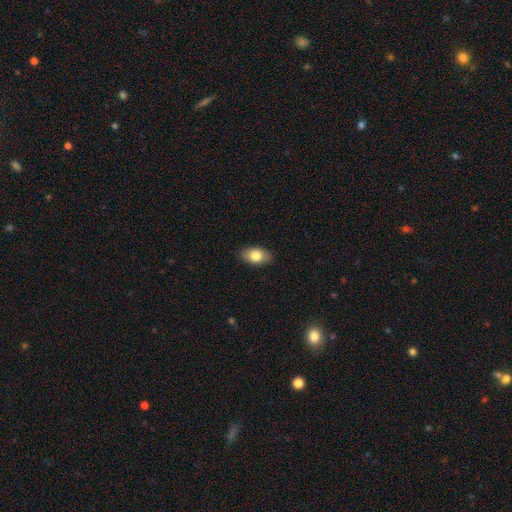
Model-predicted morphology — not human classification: type=smooth (80%); roundness=in between (89%); merging=none (87%).